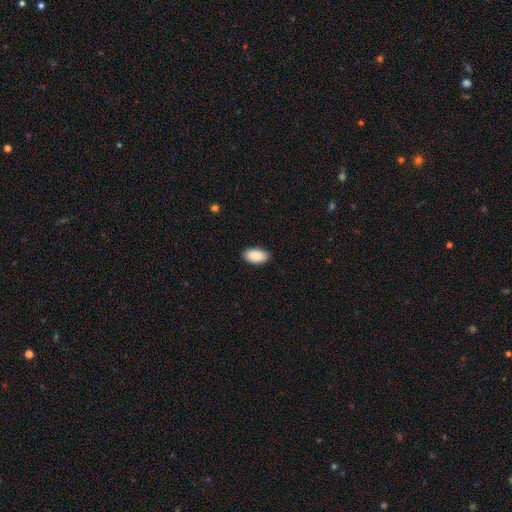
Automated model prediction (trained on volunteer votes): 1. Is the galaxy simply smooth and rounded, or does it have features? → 91% smooth, 6% star or artifact, 3% featured or disk.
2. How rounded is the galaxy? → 96% in between, 3% round, 2% cigar-shaped.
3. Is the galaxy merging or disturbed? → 89% none, 8% minor disturbance, 2% major disturbance, 1% merger.